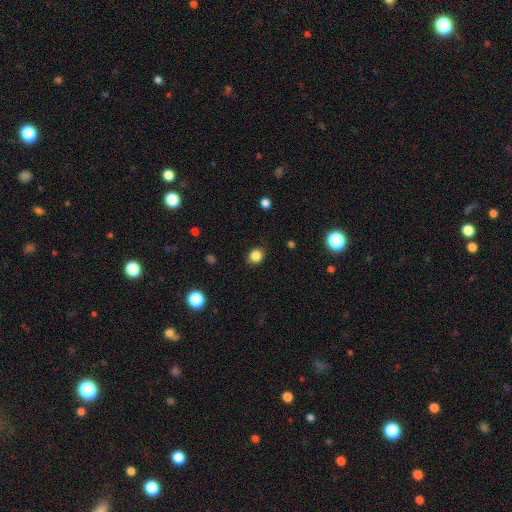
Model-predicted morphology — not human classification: A smooth galaxy with no disk features (84%) that is round (72%). Merging: none (86%).